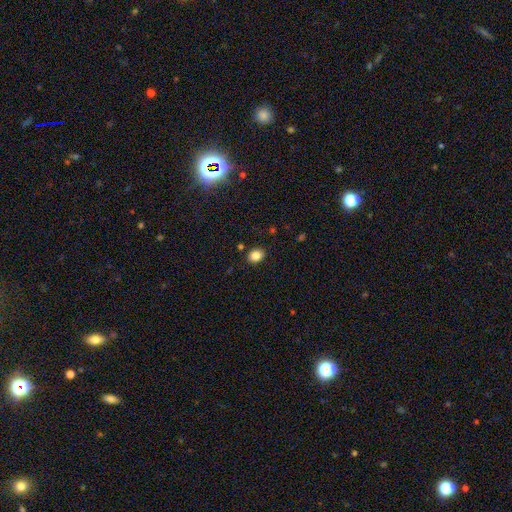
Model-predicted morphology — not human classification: Smooth or featured? smooth (85%)
How rounded? in between (57%)
Merging? none (87%)